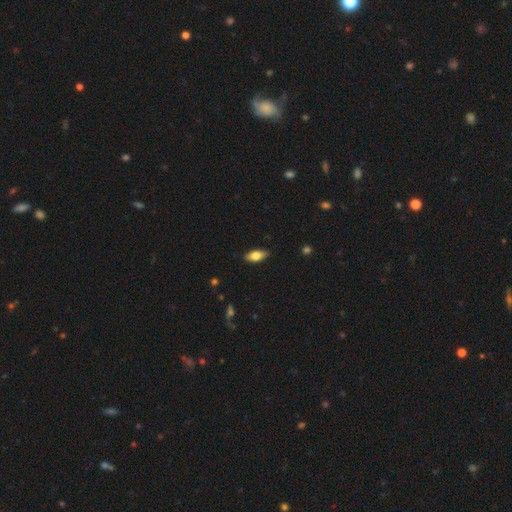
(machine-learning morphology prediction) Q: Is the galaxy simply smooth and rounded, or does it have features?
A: smooth — 74%.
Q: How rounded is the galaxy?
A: in between — 86%.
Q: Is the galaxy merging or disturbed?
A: none — 86%.